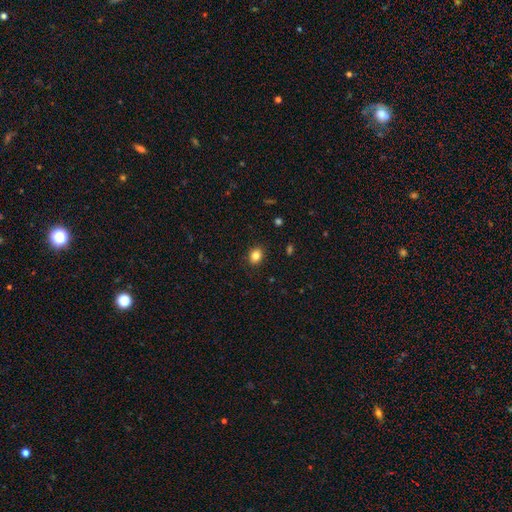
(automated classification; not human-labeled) Q: Smooth or featured?
A: smooth (84%); runner-up: star or artifact (10%)
Q: How rounded?
A: in between (56%); runner-up: round (43%)
Q: Merging?
A: none (89%); runner-up: minor disturbance (8%)